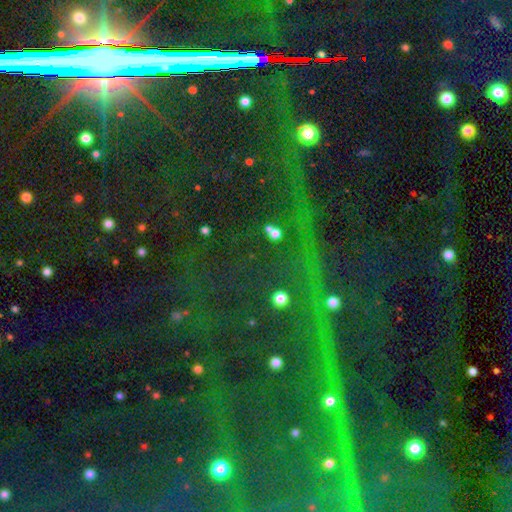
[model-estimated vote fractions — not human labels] Smooth or featured?
  - star or artifact: 85% *
  - smooth: 8%
  - featured or disk: 7%